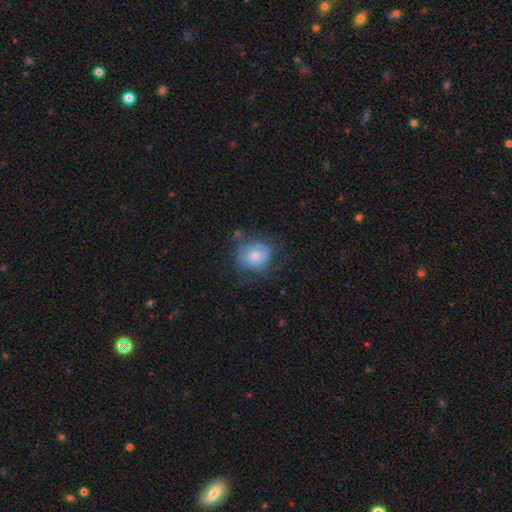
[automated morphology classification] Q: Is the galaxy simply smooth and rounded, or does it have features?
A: smooth — 53%.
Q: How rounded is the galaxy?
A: round — 70%.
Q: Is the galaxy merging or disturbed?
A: none — 57%.